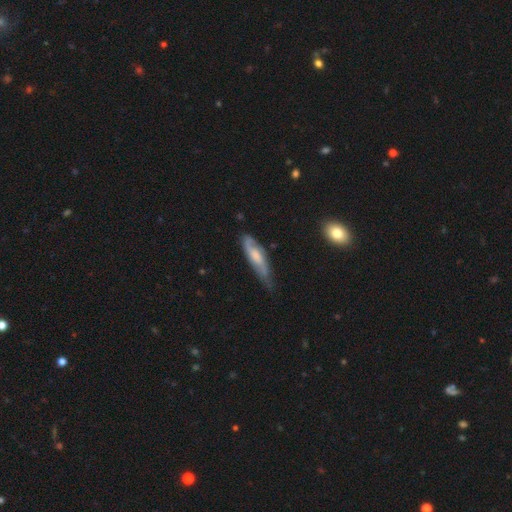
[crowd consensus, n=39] featured or disk 49%, smooth 44%, star or artifact 8%. Down the decision tree: edge-on disk — no (58%); bar — no (55%); spiral arms — yes (91%); spiral arm count — 1 (40%, tied with 2); spiral winding — medium (50%); bulge size — moderate (45%); merging — none (47%).